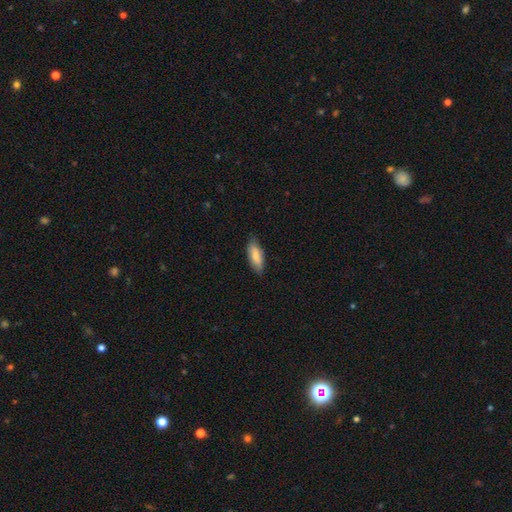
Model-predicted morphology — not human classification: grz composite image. It shows a smooth galaxy with no disk features (81%) that is in between round and cigar-shaped (73%). Merging: none (81%).